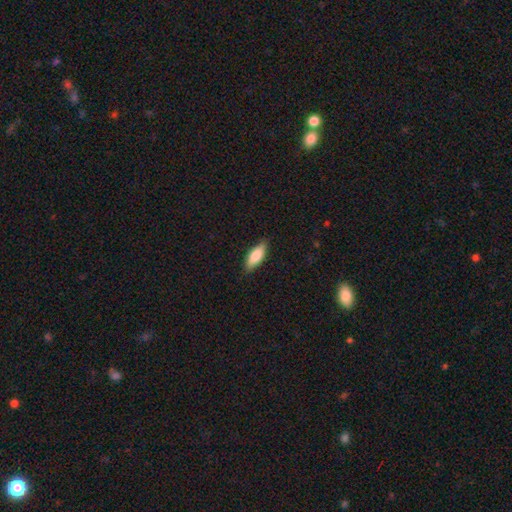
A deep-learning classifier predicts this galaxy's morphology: Q: Smooth or featured?
A: smooth (80%); runner-up: featured or disk (14%)
Q: How rounded?
A: in between (68%); runner-up: cigar-shaped (30%)
Q: Merging?
A: none (85%); runner-up: minor disturbance (12%)